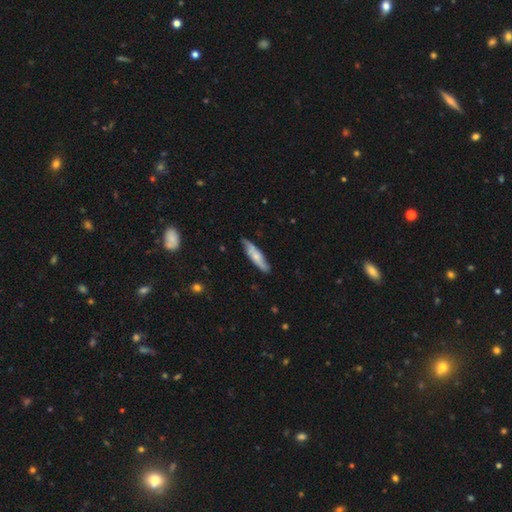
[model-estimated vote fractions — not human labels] Overall: smooth (54%; featured or disk 40%). How rounded: cigar-shaped (79%). Merging: none (79%).